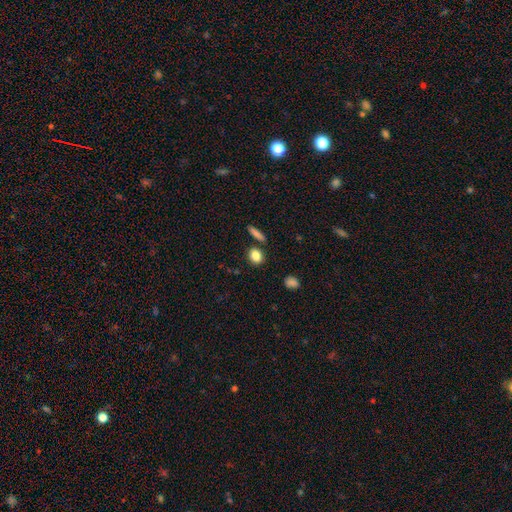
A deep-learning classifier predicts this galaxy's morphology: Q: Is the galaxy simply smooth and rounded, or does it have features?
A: smooth — 84%.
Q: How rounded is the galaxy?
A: round — 48%, tied with in between.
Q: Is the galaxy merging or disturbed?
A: none — 80%.